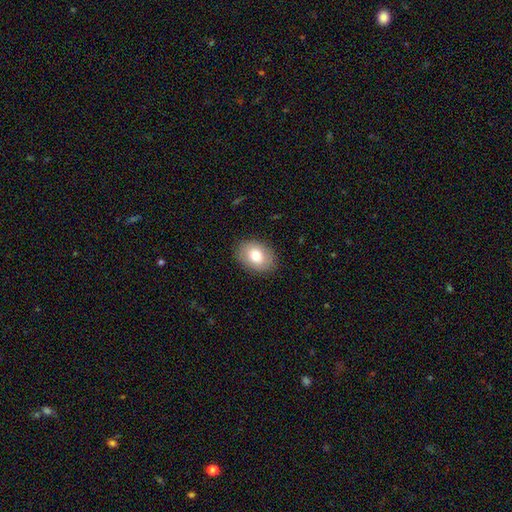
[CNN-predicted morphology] smooth 75%, featured or disk 17%, star or artifact 8%. Down the decision tree: how rounded — in between (72%); merging — none (87%).